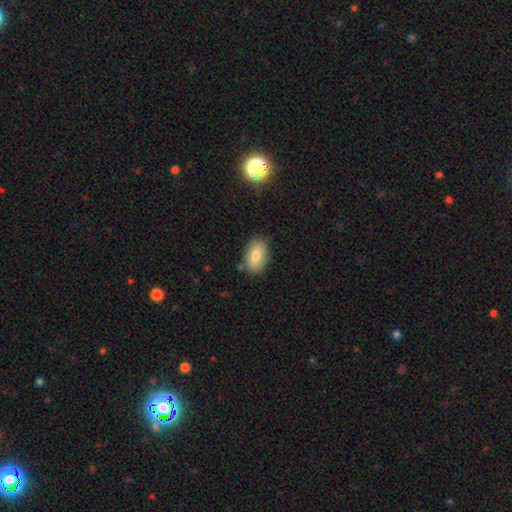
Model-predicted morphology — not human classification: smooth-or-featured: smooth: 78% | featured or disk: 15% | star or artifact: 7%
  how-rounded: in between: 90% | round: 7% | cigar-shaped: 3%
  merging: none: 81% | minor disturbance: 14% | major disturbance: 3% | merger: 3%